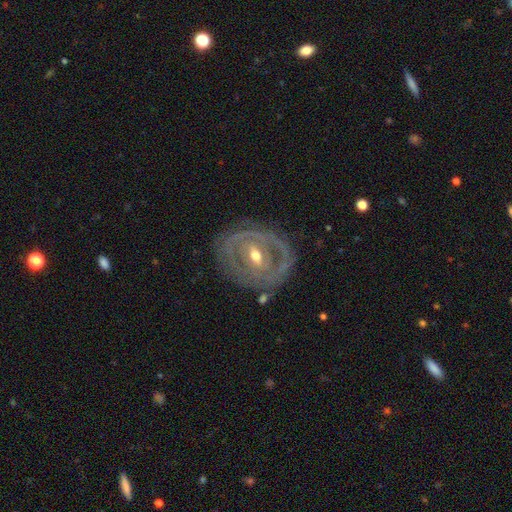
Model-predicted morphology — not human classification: A featured or disk galaxy (82%) with a weak bar (43%), tight (69%) spiral arms (65%) and a moderate central bulge (65%). Merging: none (73%).